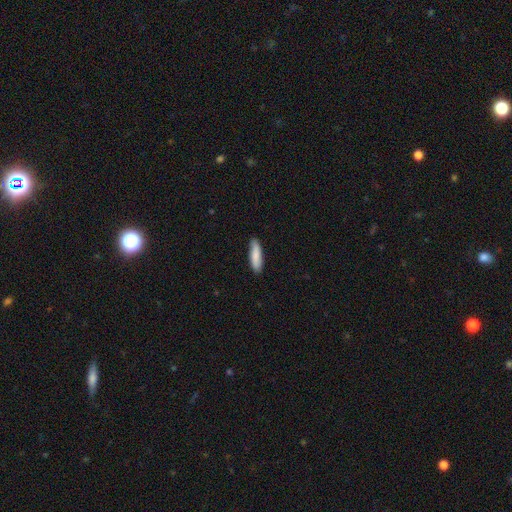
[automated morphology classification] smooth 83%, featured or disk 12%, star or artifact 5%. Down the decision tree: how rounded — cigar-shaped (68%); merging — none (86%).